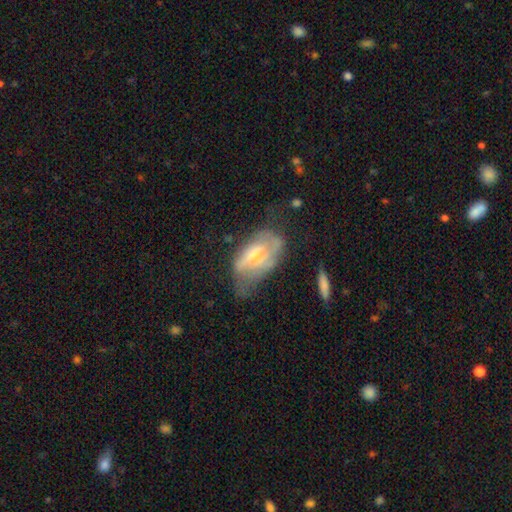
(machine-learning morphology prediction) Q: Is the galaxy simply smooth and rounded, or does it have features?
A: featured or disk — 55%.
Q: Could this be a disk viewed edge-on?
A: no — 92%.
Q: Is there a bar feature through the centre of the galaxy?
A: no — 60%.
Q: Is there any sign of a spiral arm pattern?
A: yes — 57%.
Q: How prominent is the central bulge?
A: moderate — 52%.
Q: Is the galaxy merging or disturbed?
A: minor disturbance — 33%, tied with none.